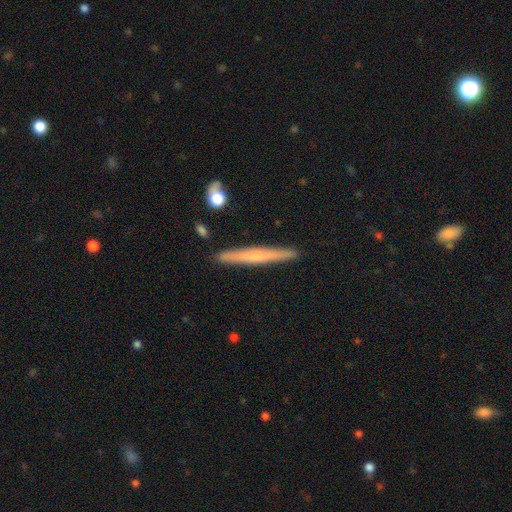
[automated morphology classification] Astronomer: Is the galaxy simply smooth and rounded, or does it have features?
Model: smooth — 49% (runner-up: featured or disk, 44%).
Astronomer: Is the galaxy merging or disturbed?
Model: none — 91%.